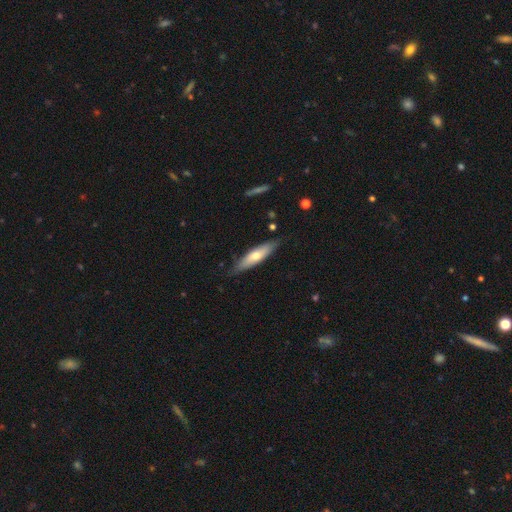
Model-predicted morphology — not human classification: A smooth galaxy with no disk features (60%) that is cigar-shaped (67%).

Vote fractions:
- Smooth or featured? smooth: 60% / featured or disk: 35% / star or artifact: 6%
- How rounded? cigar-shaped: 67% / in between: 32% / round: 2%
- Merging? none: 80% / minor disturbance: 16% / major disturbance: 3% / merger: 2%